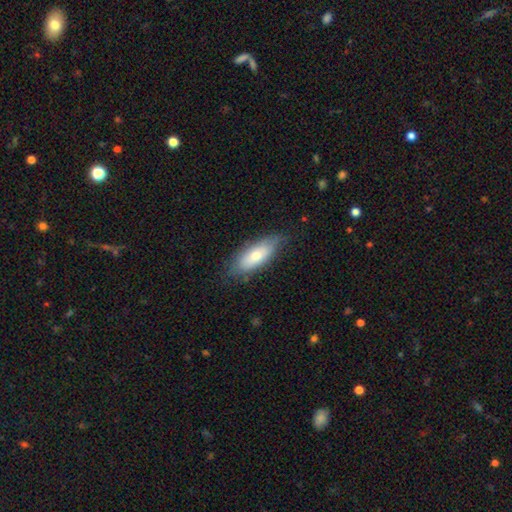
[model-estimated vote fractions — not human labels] Smooth or featured?
  - smooth: 70% *
  - featured or disk: 24%
  - star or artifact: 6%
How rounded?
  - in between: 73% *
  - cigar-shaped: 25%
  - round: 2%
Merging?
  - none: 75% *
  - minor disturbance: 19%
  - major disturbance: 4%
  - merger: 1%